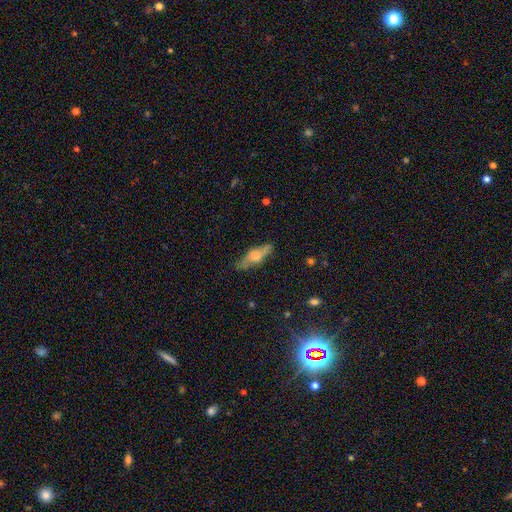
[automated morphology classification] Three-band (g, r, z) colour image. It shows a smooth galaxy with no disk features (57%) that is cigar-shaped (55%). Merging: none (75%).